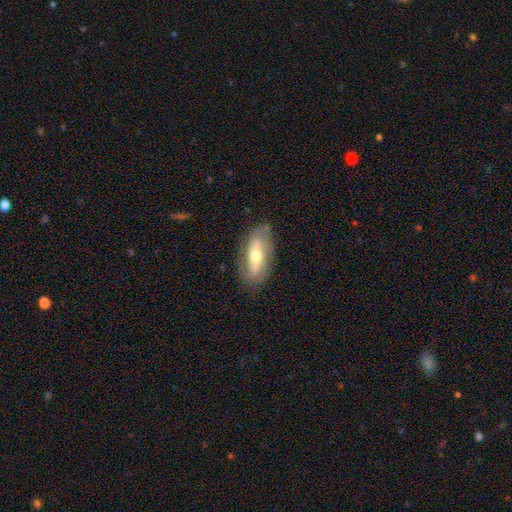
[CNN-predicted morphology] This is possibly a featured or disk galaxy (48%). Merging: likely none (77%).